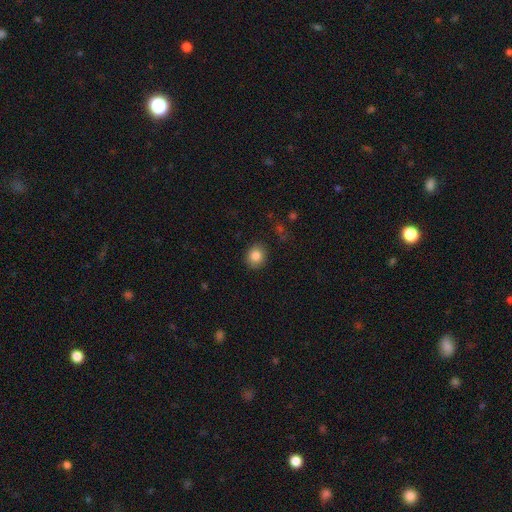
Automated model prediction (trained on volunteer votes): smooth-or-featured: smooth: 84% | star or artifact: 9% | featured or disk: 7%
  how-rounded: round: 76% | in between: 23% | cigar-shaped: 1%
  merging: none: 88% | minor disturbance: 8% | major disturbance: 2% | merger: 1%